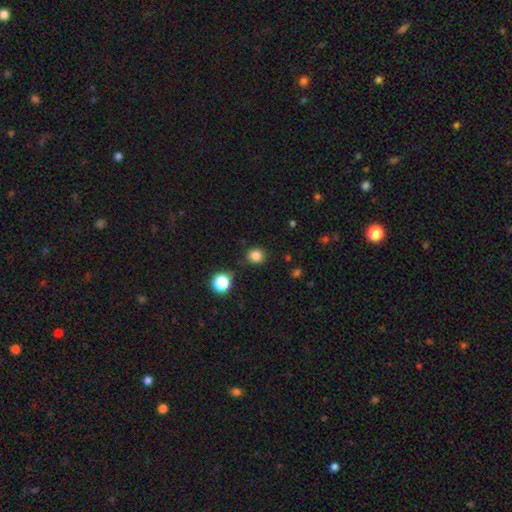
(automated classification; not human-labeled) Smooth or featured? Predicted: smooth (p=0.83). How rounded? Predicted: round (p=0.87). Merging? Predicted: none (p=0.85).